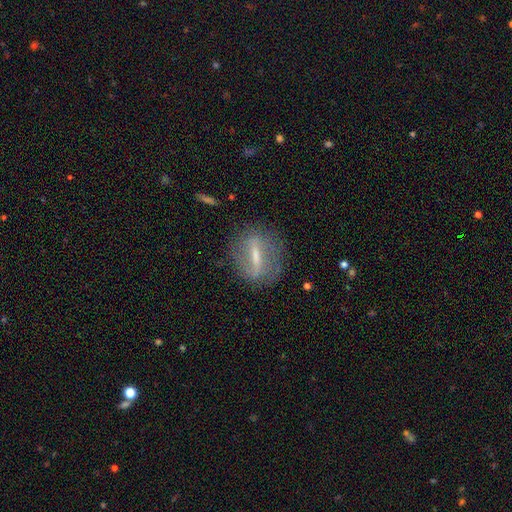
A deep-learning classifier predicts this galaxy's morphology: Q: Smooth or featured?
A: featured or disk (68%); runner-up: smooth (23%)
Q: Edge-on disk?
A: no (76%); runner-up: yes (24%)
Q: Bar?
A: strong (68%); runner-up: weak (24%)
Q: Spiral arms?
A: no (54%); runner-up: yes (46%)
Q: Bulge size?
A: small (44%); runner-up: moderate (37%)
Q: Merging?
A: none (78%); runner-up: minor disturbance (14%)